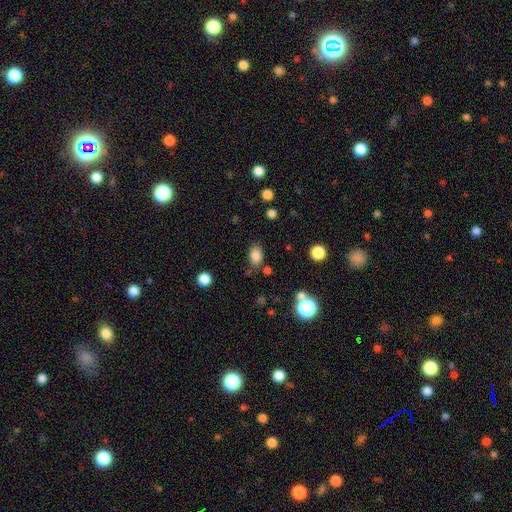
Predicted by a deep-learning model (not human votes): Morphology: type=smooth (82%); roundness=in between (81%); merging=none (74%).